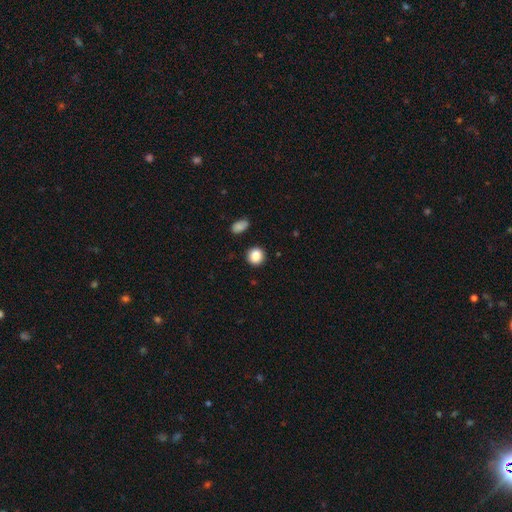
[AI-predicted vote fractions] Morphology: type=smooth (87%); roundness=round (88%); merging=none (88%).